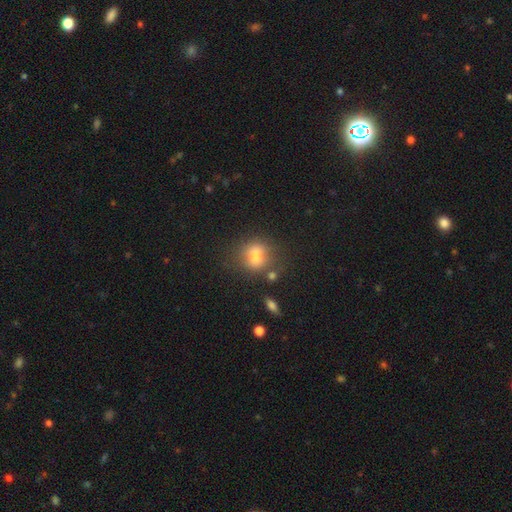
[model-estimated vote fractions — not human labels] A smooth galaxy with no disk features (73%) that is round (55%). Merging: none (59%).